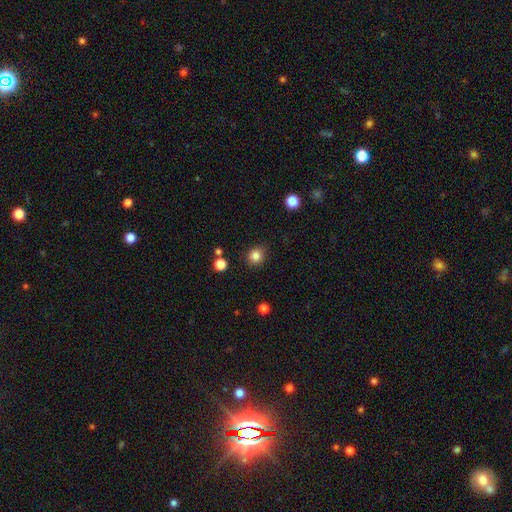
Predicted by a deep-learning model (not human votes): Overall: smooth (83%). How rounded: round (81%). Merging: none (83%).